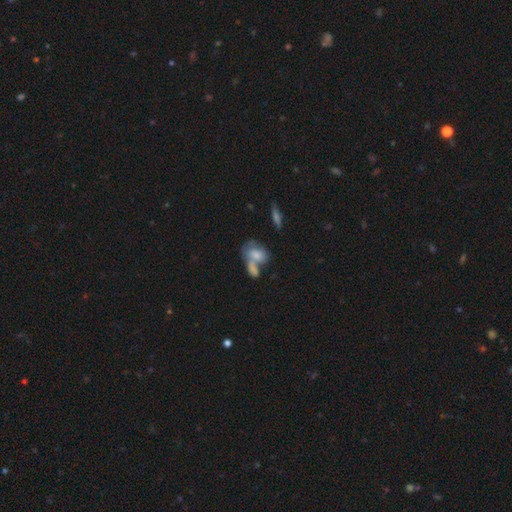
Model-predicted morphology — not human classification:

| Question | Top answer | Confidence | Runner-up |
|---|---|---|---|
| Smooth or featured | smooth | 62% | featured or disk (29%) |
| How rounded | in between | 80% | round (16%) |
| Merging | merger | 57% | none (22%) |